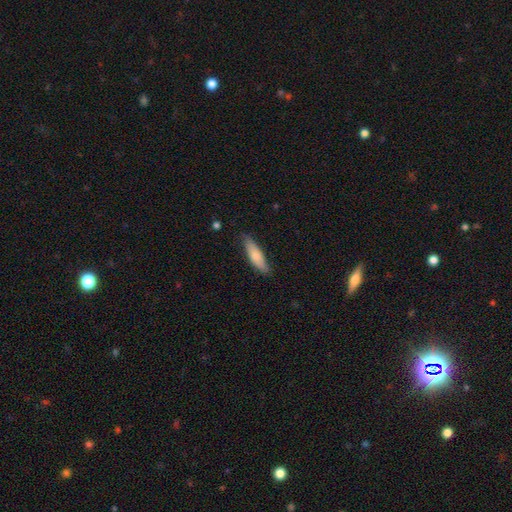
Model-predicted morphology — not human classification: Smooth or featured? Predicted: smooth (p=0.79). How rounded? Predicted: cigar-shaped (p=0.60). Merging? Predicted: none (p=0.78).